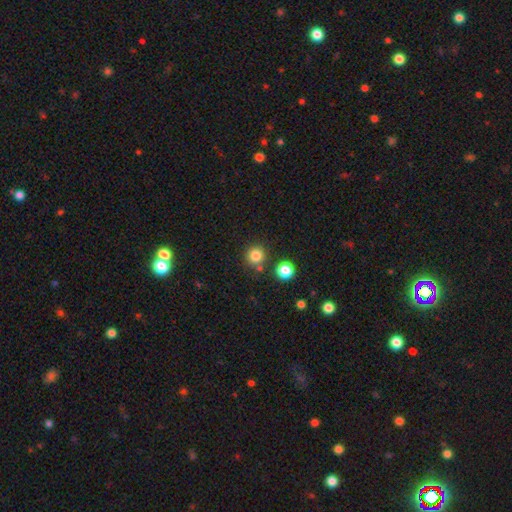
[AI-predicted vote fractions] Morphology: type=smooth (82%); roundness=round (93%); merging=none (80%).